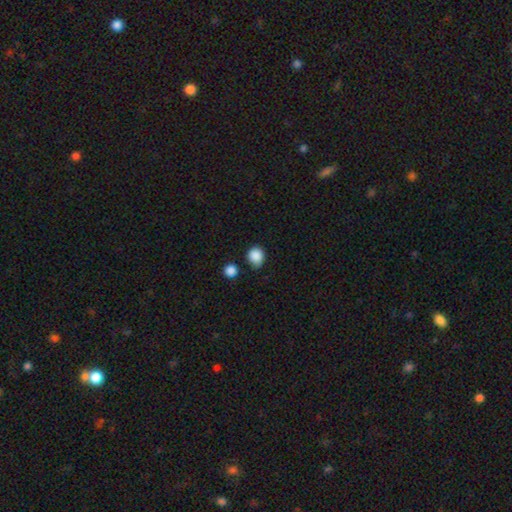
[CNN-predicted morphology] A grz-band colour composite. It shows a smooth galaxy with no disk features (87%) that is round (78%). Merging: none (66%).